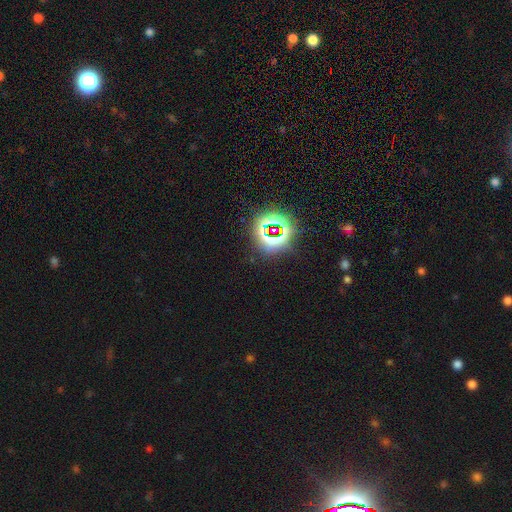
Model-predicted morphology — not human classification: The model was most divided on "smooth or featured": star or artifact: 79%, smooth: 14%, featured or disk: 7%.